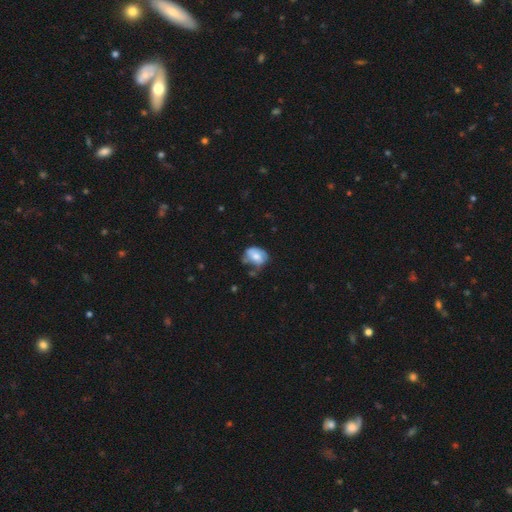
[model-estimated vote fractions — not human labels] Morphology: type=smooth (63%); roundness=in between (66%); merging=none (38%).